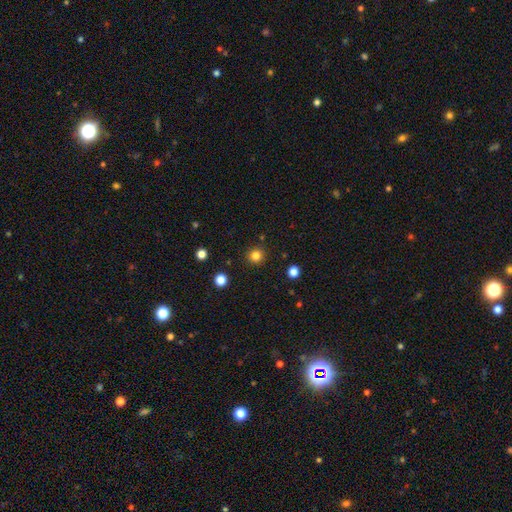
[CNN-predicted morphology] This is clearly a smooth galaxy (82%). How rounded: clearly round (94%). Merging: clearly none (91%).